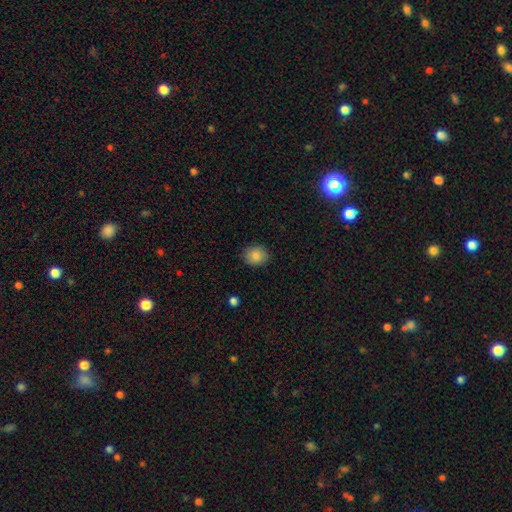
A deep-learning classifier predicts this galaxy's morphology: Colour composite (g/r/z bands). It shows a smooth galaxy with no disk features (86%) that is round (68%). Merging: none (88%).